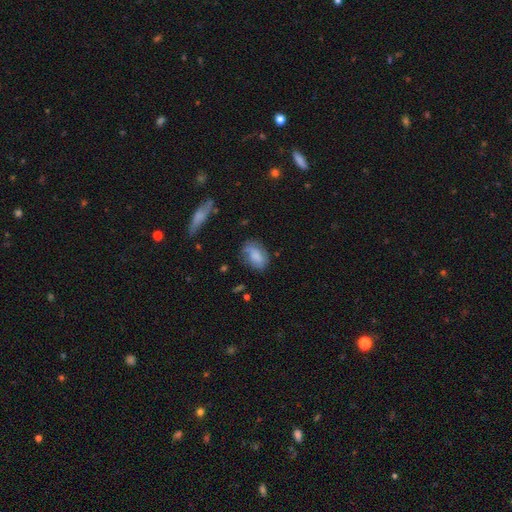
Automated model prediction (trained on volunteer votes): smooth_or_featured: smooth (p=0.67) [alt: featured or disk p=0.25]
how_rounded: in between (p=0.83) [alt: round p=0.14]
merging: none (p=0.57) [alt: minor disturbance p=0.29]